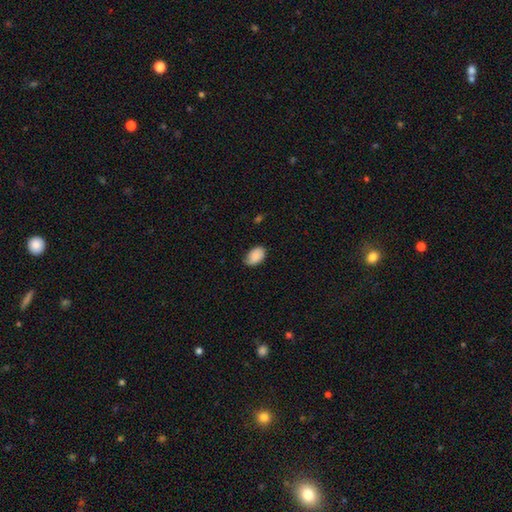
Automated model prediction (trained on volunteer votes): Morphology: type=smooth (86%); roundness=in between (89%); merging=none (72%).